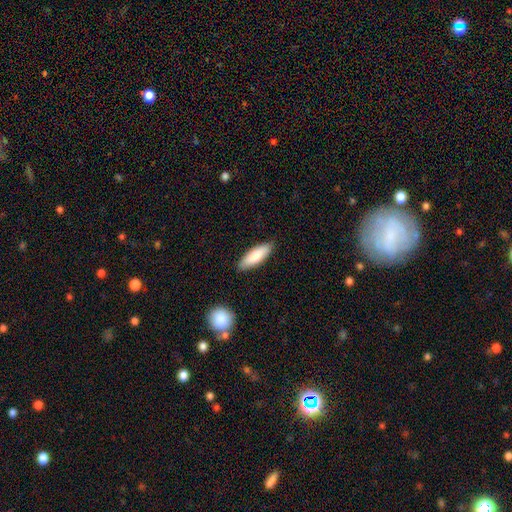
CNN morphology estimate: smooth 82%, featured or disk 13%, star or artifact 6%. Down the decision tree: how rounded — in between (50%); merging — none (87%).